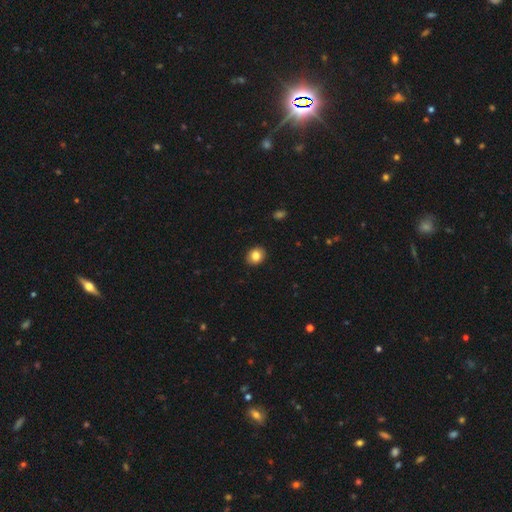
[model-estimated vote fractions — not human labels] Smooth or featured? smooth (83%)
How rounded? round (66%)
Merging? none (92%)